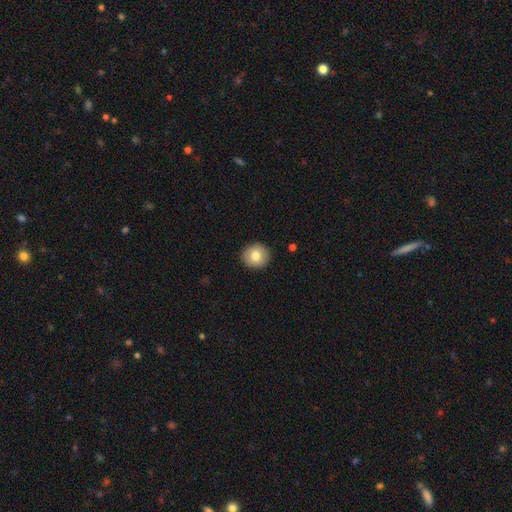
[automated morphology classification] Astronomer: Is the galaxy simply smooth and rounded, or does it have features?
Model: smooth — 78%.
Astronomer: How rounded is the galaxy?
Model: round — 89%.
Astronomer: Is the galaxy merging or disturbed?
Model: none — 91%.